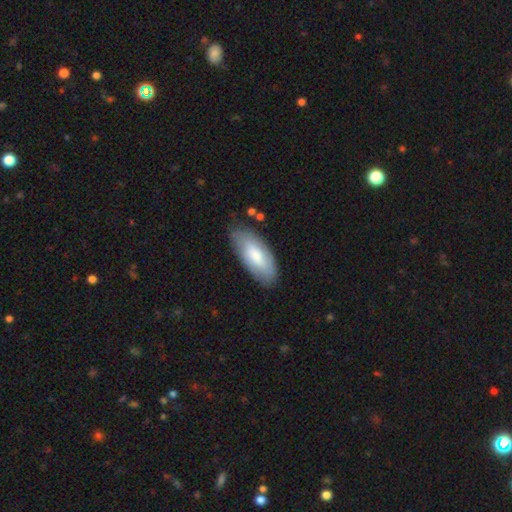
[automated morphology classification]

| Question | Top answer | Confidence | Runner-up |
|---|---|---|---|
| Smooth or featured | smooth | 72% | featured or disk (22%) |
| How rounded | in between | 84% | cigar-shaped (14%) |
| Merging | none | 78% | minor disturbance (17%) |